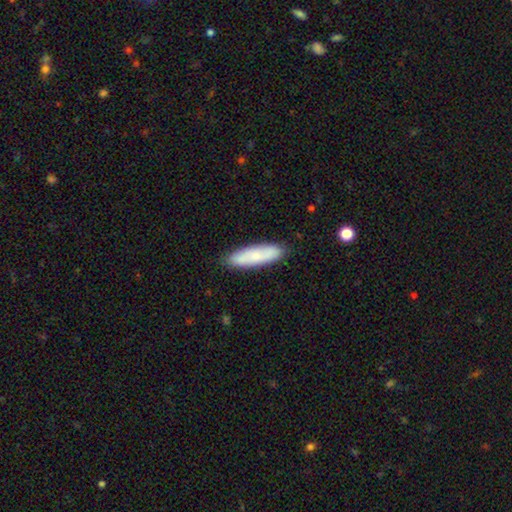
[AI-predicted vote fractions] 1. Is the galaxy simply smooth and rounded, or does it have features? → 72% smooth, 22% featured or disk, 6% star or artifact.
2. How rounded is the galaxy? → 64% cigar-shaped, 34% in between, 2% round.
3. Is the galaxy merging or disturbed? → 86% none, 11% minor disturbance, 2% major disturbance, 1% merger.